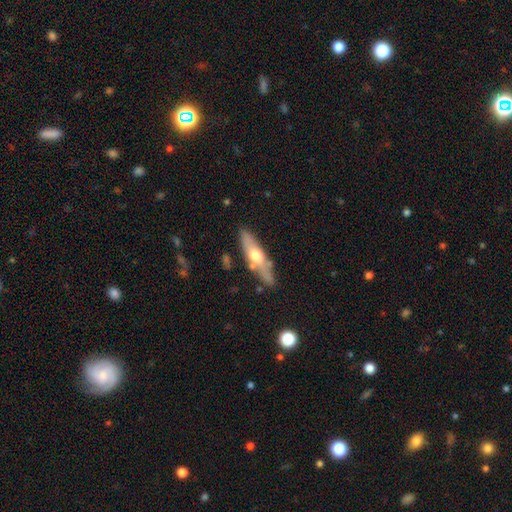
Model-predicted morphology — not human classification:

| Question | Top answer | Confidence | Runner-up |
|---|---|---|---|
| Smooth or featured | featured or disk | 49% | smooth (46%) |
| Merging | none | 77% | minor disturbance (15%) |